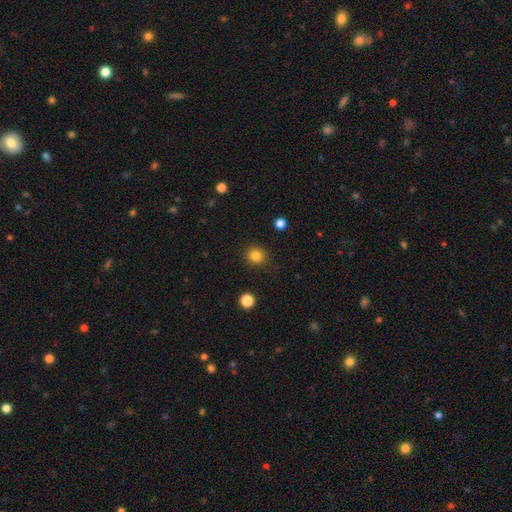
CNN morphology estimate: smooth 83%, star or artifact 12%, featured or disk 4%. Down the decision tree: how rounded — round (85%); merging — none (90%).